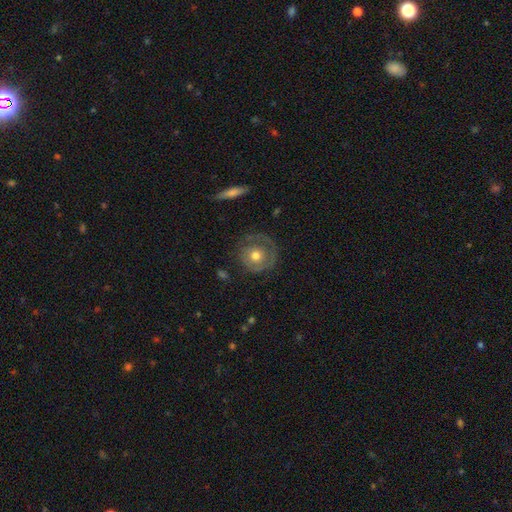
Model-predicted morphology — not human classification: A featured or disk galaxy (48%).

Vote fractions:
- Smooth or featured? featured or disk: 48% / smooth: 45% / star or artifact: 7%
- Merging? none: 65% / minor disturbance: 19% / major disturbance: 14% / merger: 2%